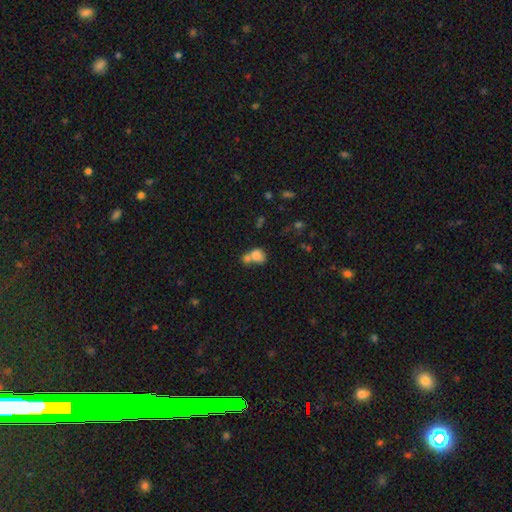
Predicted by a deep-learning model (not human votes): Smooth or featured: smooth — 78% (featured or disk — 11%)
How rounded: in between — 53% (round — 46%)
Merging: merger — 58% (none — 27%)